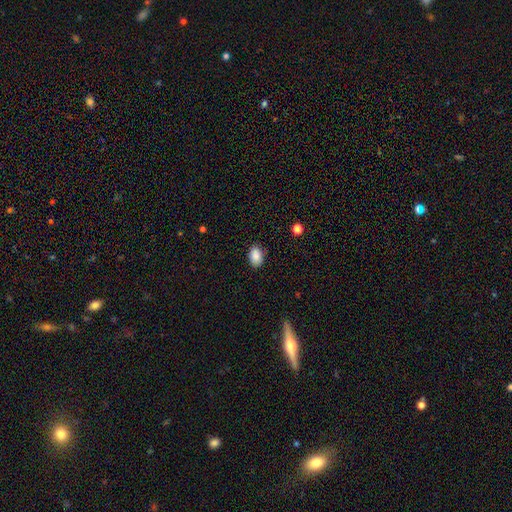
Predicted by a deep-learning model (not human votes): A smooth galaxy with no disk features (87%) that is in between round and cigar-shaped (81%).

Vote fractions:
- Smooth or featured? smooth: 87% / star or artifact: 8% / featured or disk: 5%
- How rounded? in between: 81% / round: 18% / cigar-shaped: 1%
- Merging? none: 84% / minor disturbance: 12% / major disturbance: 3% / merger: 1%